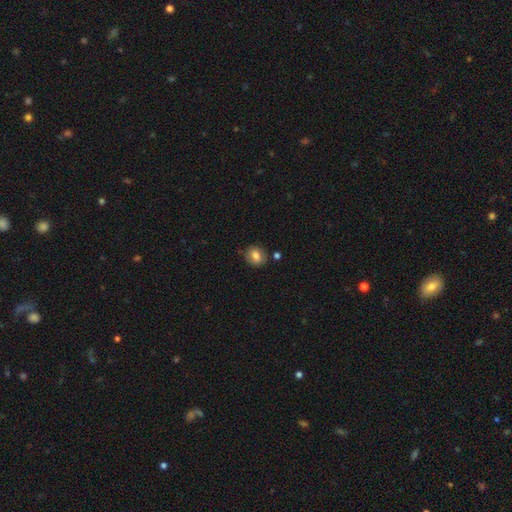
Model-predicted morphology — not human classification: Smooth or featured: smooth — 78% (featured or disk — 13%)
How rounded: round — 58% (in between — 41%)
Merging: none — 80% (minor disturbance — 13%)